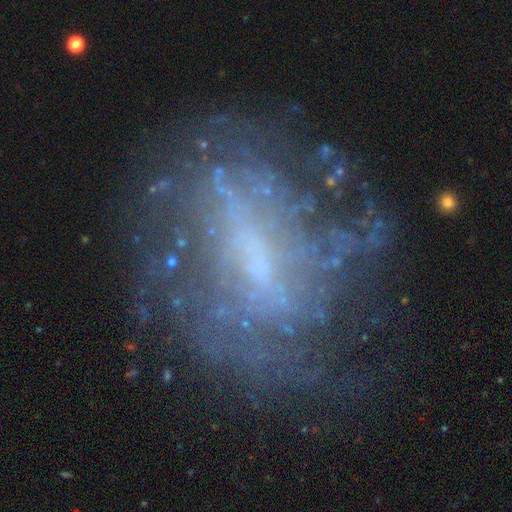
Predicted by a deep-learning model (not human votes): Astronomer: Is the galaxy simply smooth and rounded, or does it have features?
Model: featured or disk — 74%.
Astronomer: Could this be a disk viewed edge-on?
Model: no — 94%.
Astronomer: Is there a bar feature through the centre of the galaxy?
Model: weak — 44% (runner-up: no, 30%).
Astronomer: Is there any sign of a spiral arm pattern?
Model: yes — 61% (runner-up: no, 39%).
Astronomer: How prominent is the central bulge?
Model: small — 53%.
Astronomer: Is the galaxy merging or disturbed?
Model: none — 62%.